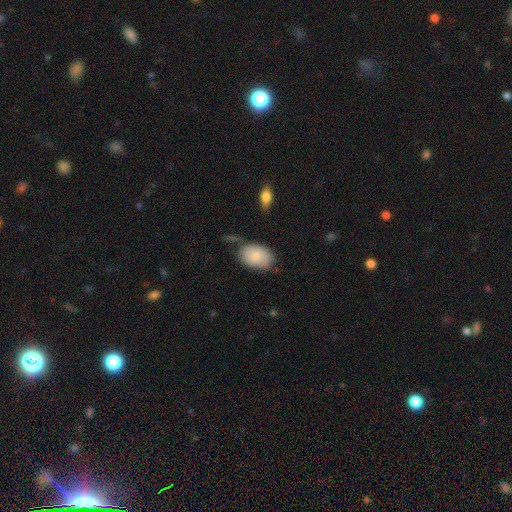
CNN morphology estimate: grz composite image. It shows a smooth galaxy with no disk features (85%) that is in between round and cigar-shaped (89%). Merging: none (68%).